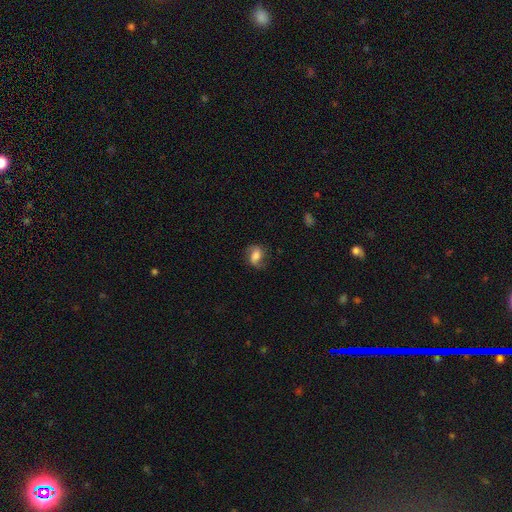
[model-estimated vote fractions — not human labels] smooth 47%, featured or disk 44%, star or artifact 9%. Down the decision tree: merging — none (68%).